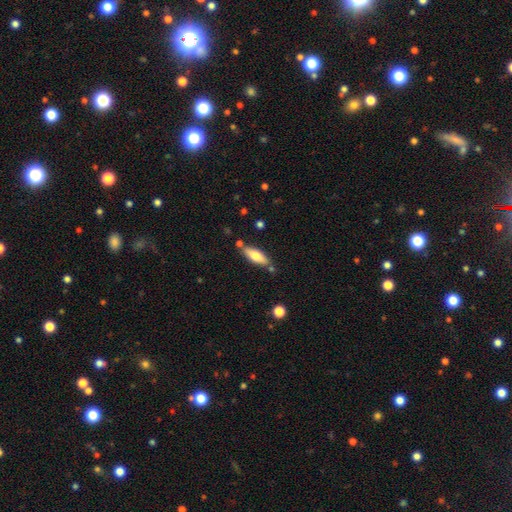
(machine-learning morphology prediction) Smooth or featured? smooth (66%)
How rounded? in between (59%)
Merging? none (76%)